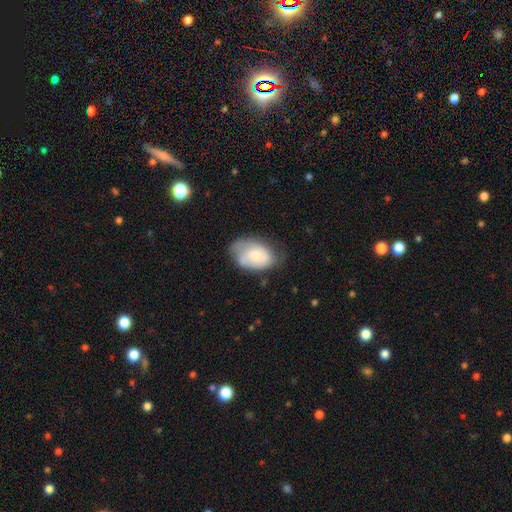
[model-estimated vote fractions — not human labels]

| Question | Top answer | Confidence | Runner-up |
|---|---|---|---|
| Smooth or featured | smooth | 64% | featured or disk (29%) |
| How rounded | in between | 84% | round (15%) |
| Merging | none | 44% | minor disturbance (35%) |